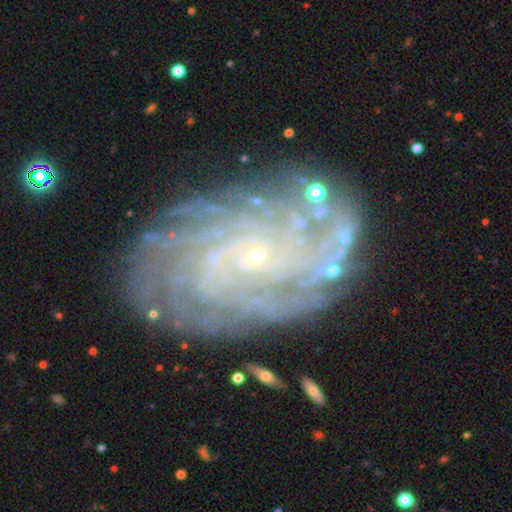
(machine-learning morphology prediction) smooth_or_featured: featured or disk (p=0.86) [alt: star or artifact p=0.07]
disk_edge_on: no (p=0.97) [alt: yes p=0.03]
bar: no (p=0.71) [alt: weak p=0.22]
has_spiral_arms: yes (p=0.97) [alt: no p=0.03]
spiral_winding: tight (p=0.77) [alt: medium p=0.19]
spiral_arm_count: more than 4 (p=0.30) [alt: can't tell p=0.23]
bulge_size: small (p=0.89) [alt: moderate p=0.06]
merging: none (p=0.81) [alt: minor disturbance p=0.13]